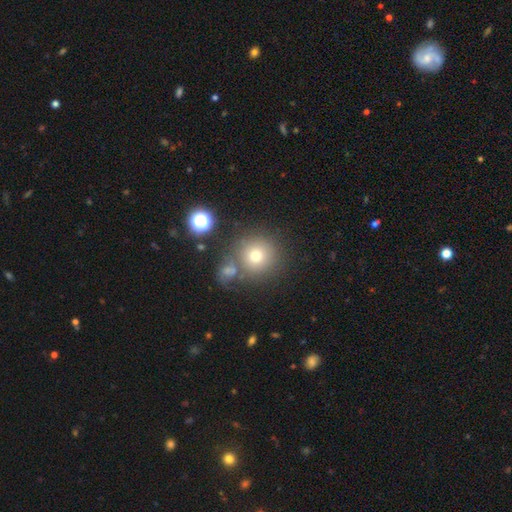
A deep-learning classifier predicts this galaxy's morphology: Q: Smooth or featured?
A: smooth (72%); runner-up: star or artifact (16%)
Q: How rounded?
A: round (94%); runner-up: in between (5%)
Q: Merging?
A: none (72%); runner-up: merger (14%)